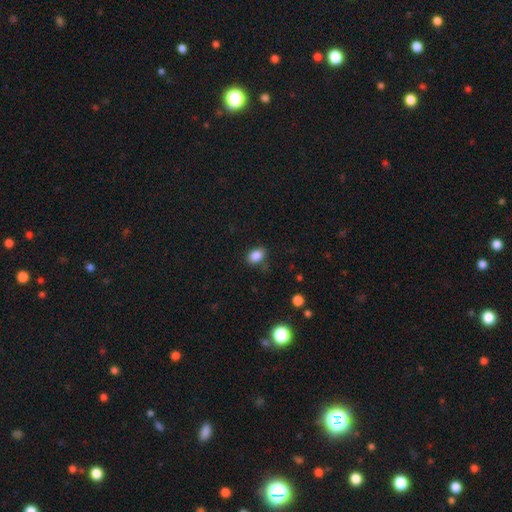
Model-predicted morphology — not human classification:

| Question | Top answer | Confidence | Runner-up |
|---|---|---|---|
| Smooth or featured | smooth | 86% | star or artifact (10%) |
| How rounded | in between | 80% | round (19%) |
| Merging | none | 78% | minor disturbance (16%) |